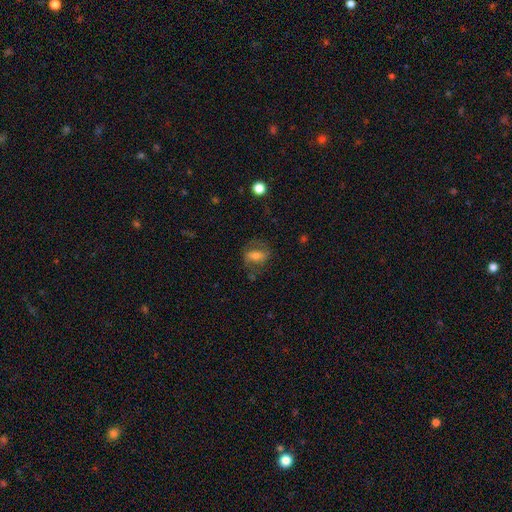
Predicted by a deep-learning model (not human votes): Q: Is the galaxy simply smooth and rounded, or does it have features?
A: smooth — 50%.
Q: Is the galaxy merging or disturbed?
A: none — 65%.